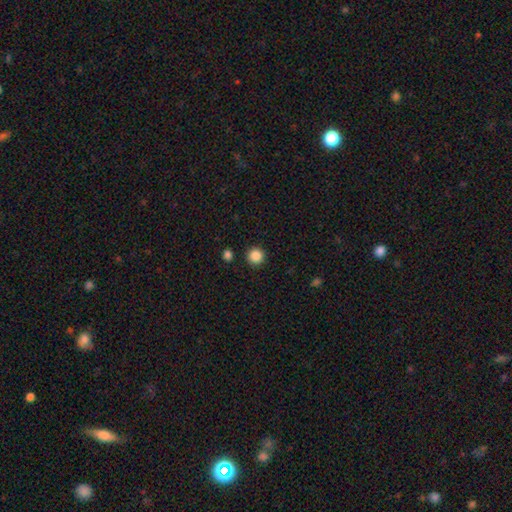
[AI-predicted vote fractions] Smooth or featured?
  - smooth: 87% *
  - star or artifact: 10%
  - featured or disk: 3%
How rounded?
  - round: 96% *
  - in between: 3%
  - cigar-shaped: 1%
Merging?
  - none: 92% *
  - minor disturbance: 5%
  - merger: 2%
  - major disturbance: 2%